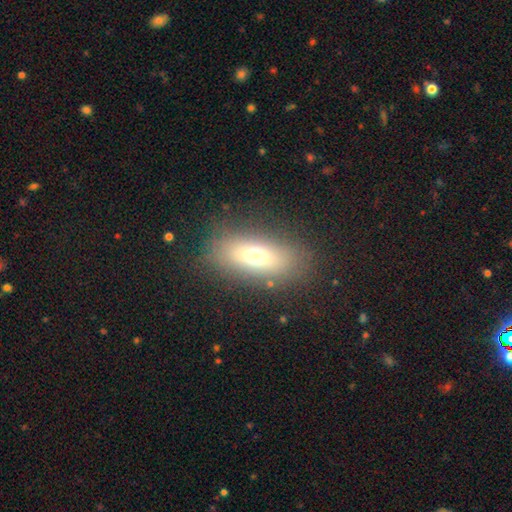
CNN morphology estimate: smooth_or_featured: smooth (p=0.66) [alt: featured or disk p=0.23]
how_rounded: in between (p=0.75) [alt: cigar-shaped p=0.20]
merging: none (p=0.82) [alt: minor disturbance p=0.11]